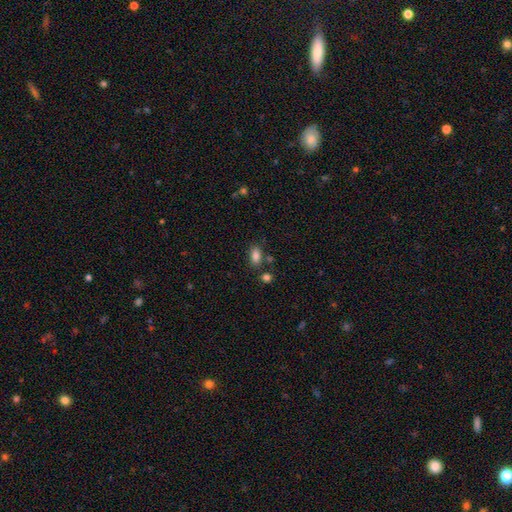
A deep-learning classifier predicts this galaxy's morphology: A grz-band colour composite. It shows a smooth galaxy with no disk features (85%) that is in between round and cigar-shaped (89%). Merging: none (74%).